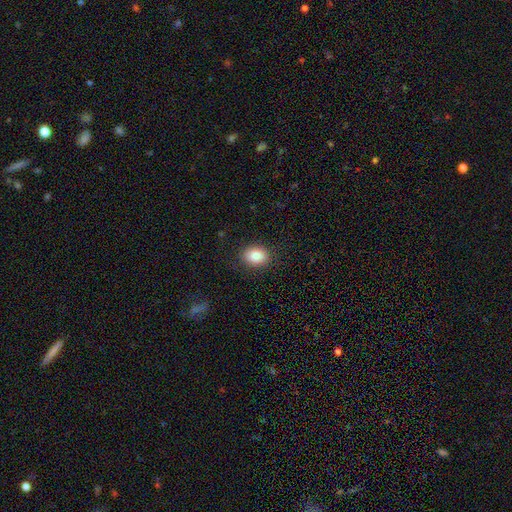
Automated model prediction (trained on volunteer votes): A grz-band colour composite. It shows a smooth galaxy with no disk features (86%) that is in between round and cigar-shaped (62%). Merging: none (87%).